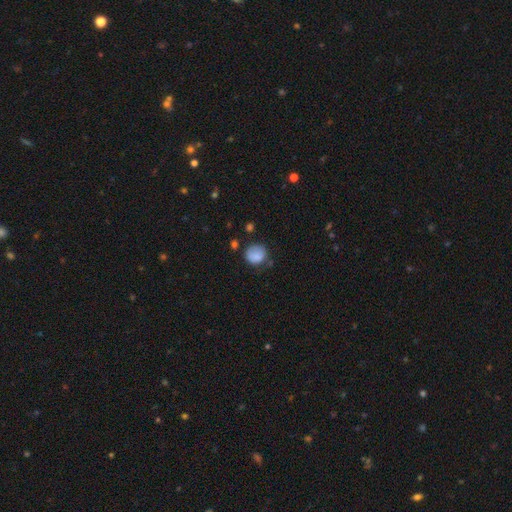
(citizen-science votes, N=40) Volunteers were most divided on "how rounded": round: 81%, in between: 19%, cigar-shaped: 0%. More confident: smooth or featured — smooth (90%); merging — none (76%).